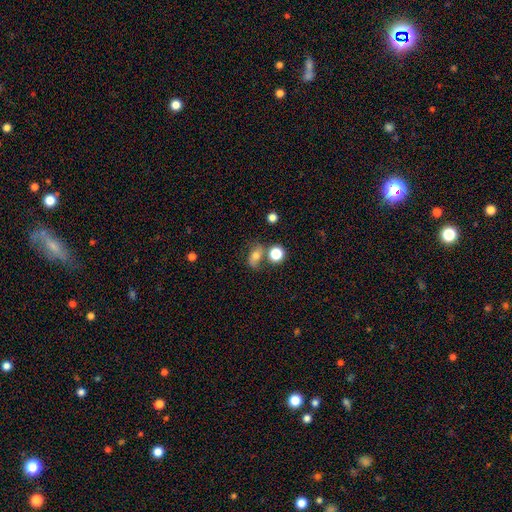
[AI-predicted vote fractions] Overall: smooth (56%; featured or disk 29%). How rounded: in between (64%; round 32%). Merging: none (54%; minor disturbance 19%).